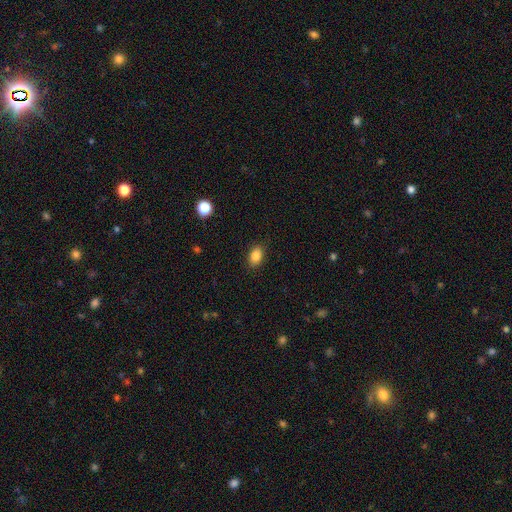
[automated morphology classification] Smooth or featured? Predicted: smooth (p=0.85). How rounded? Predicted: in between (p=0.84). Merging? Predicted: none (p=0.87).